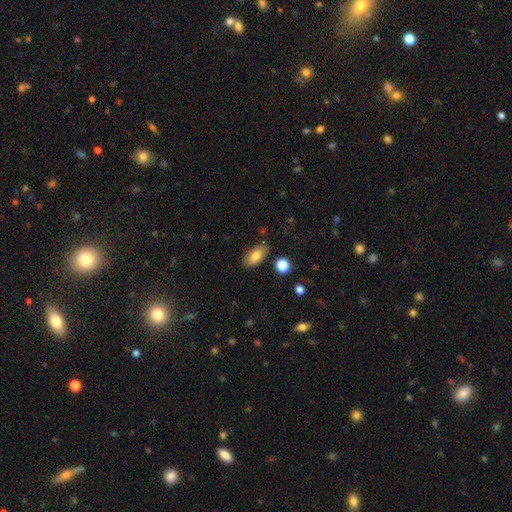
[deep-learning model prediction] This appears to be a smooth galaxy with no disk features (78%) that is in between round and cigar-shaped (90%). Merging: none (84%).